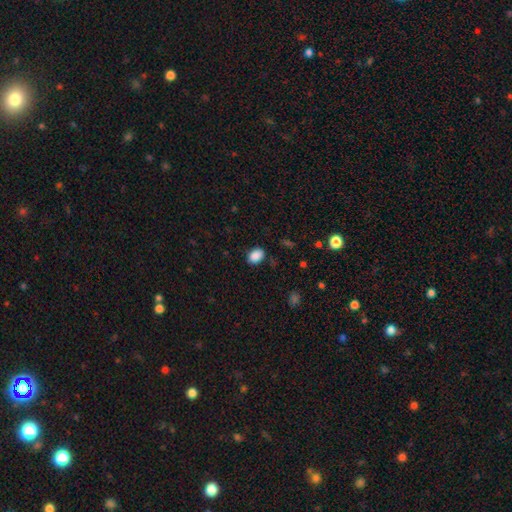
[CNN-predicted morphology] type=smooth (88%); roundness=in between (81%); merging=none (83%).